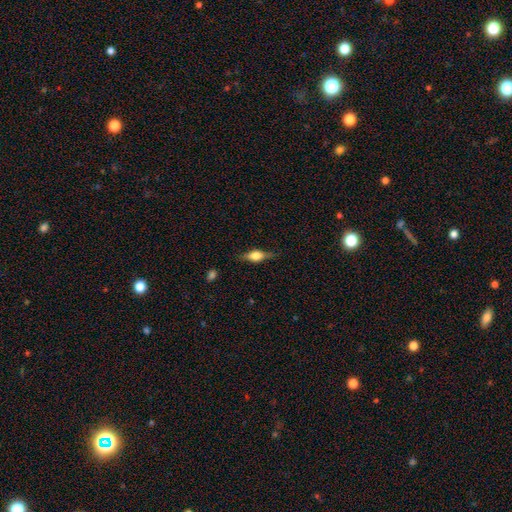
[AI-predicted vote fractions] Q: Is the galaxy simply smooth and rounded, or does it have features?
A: smooth — 50%.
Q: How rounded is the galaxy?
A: in between — 65%.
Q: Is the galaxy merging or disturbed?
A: none — 74%.